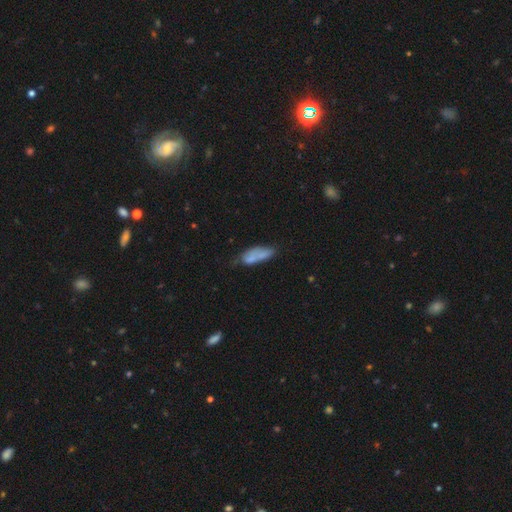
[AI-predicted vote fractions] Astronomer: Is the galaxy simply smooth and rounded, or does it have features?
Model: smooth — 70%.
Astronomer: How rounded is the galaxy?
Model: in between — 61% (runner-up: cigar-shaped, 36%).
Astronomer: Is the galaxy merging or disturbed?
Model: none — 45% (runner-up: minor disturbance, 29%).